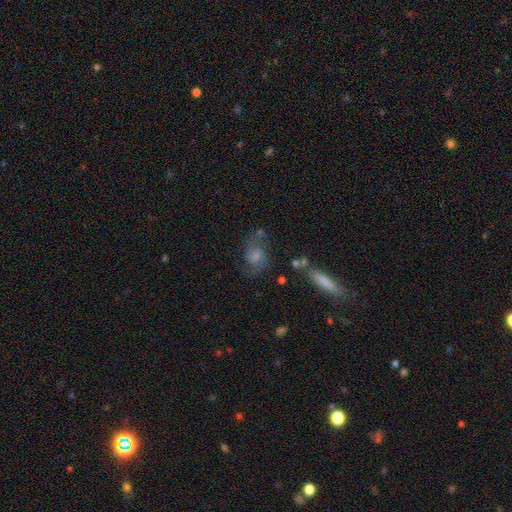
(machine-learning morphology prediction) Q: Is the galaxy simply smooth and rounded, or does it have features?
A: featured or disk — 62%.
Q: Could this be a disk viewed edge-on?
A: no — 96%.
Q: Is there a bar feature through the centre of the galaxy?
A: no — 49%.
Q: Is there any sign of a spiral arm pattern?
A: yes — 89%.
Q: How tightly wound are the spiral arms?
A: medium — 50%.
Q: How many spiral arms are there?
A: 2 — 86%.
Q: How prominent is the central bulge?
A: small — 31%.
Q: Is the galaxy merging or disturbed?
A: none — 61%.